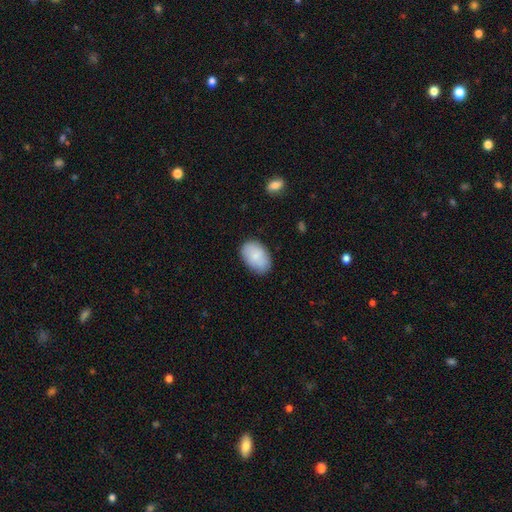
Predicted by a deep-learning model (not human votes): Smooth or featured?
  - smooth: 83% *
  - featured or disk: 11%
  - star or artifact: 6%
How rounded?
  - in between: 90% *
  - round: 9%
  - cigar-shaped: 1%
Merging?
  - none: 81% *
  - minor disturbance: 15%
  - major disturbance: 3%
  - merger: 1%